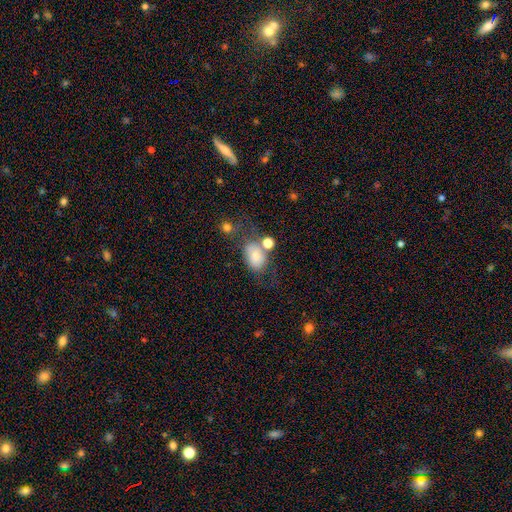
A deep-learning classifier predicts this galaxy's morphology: A smooth galaxy with no disk features (71%) that is in between round and cigar-shaped (72%). Merging: none (45%).